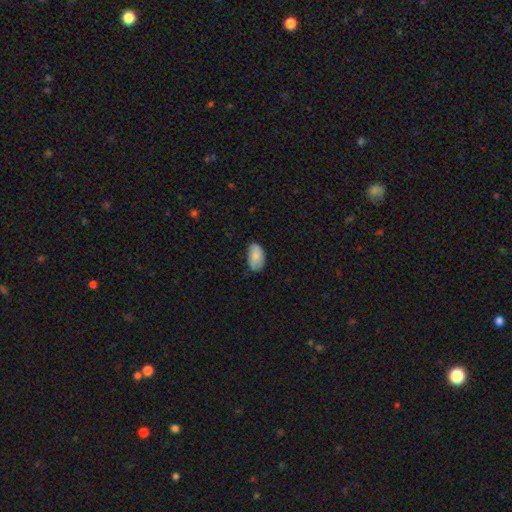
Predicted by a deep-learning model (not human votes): This appears to be a smooth galaxy with no disk features (79%) that is in between round and cigar-shaped (93%). Merging: none (72%).